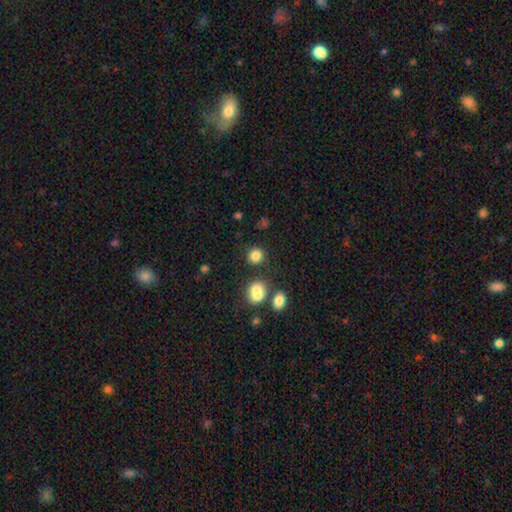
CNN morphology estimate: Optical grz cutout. It shows a smooth galaxy with no disk features (83%) that is round (85%). Merging: none (80%).